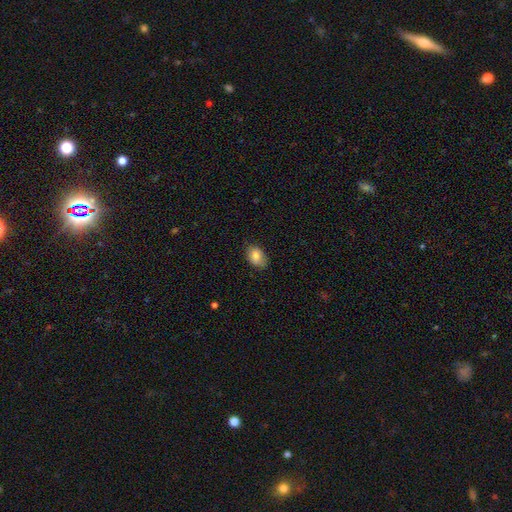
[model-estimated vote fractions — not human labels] A smooth galaxy with no disk features (82%) that is in between round and cigar-shaped (85%). Merging: none (79%).